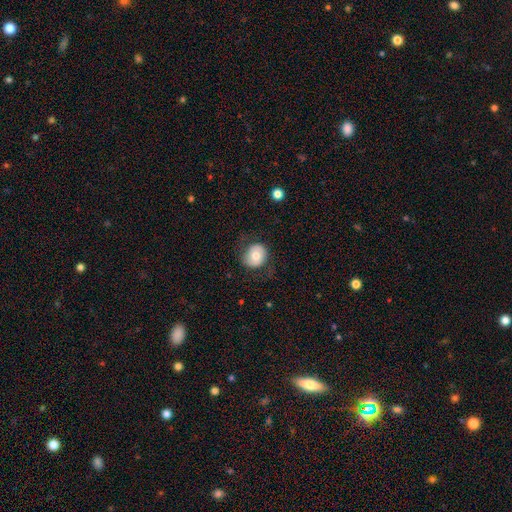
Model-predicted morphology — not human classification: type=smooth (57%); roundness=round (69%); merging=none (68%).